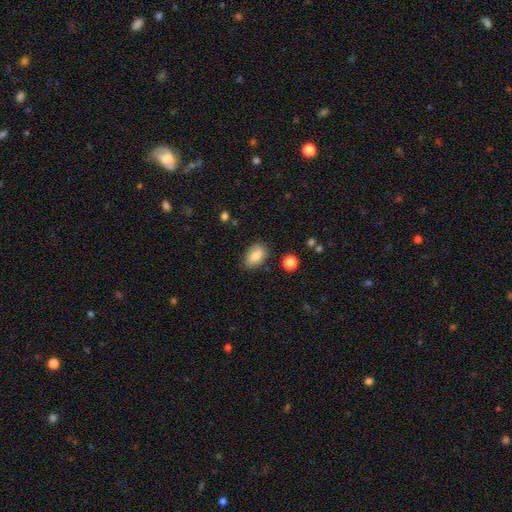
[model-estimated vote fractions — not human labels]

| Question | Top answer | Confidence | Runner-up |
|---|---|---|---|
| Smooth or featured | smooth | 81% | featured or disk (11%) |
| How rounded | in between | 87% | round (11%) |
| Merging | none | 79% | minor disturbance (16%) |